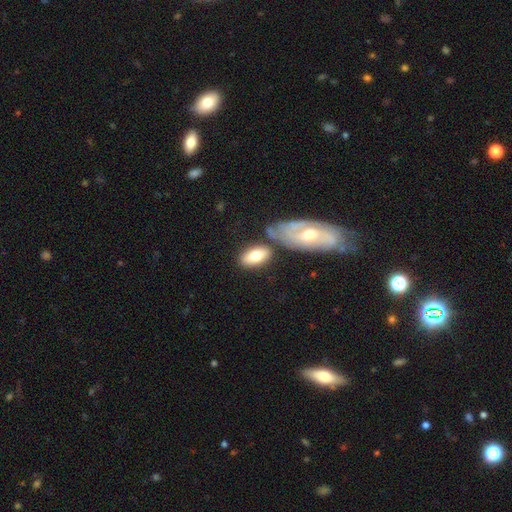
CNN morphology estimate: The model was most divided on "merging": none: 61%, merger: 19%, minor disturbance: 15%, major disturbance: 5%. More confident: how rounded — in between (90%); smooth or featured — smooth (71%).